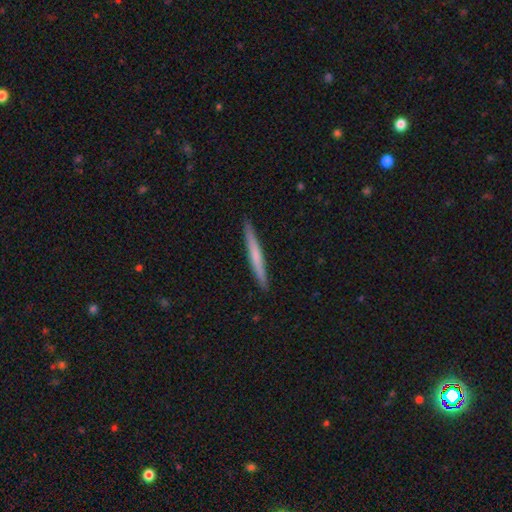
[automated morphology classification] Overall: smooth (54%; featured or disk 41%). How rounded: cigar-shaped (97%). Merging: none (92%).